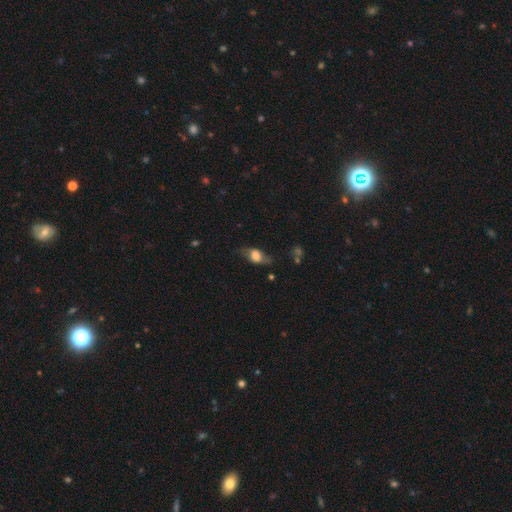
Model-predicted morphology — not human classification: type=smooth (54%); roundness=in between (75%); merging=none (65%).